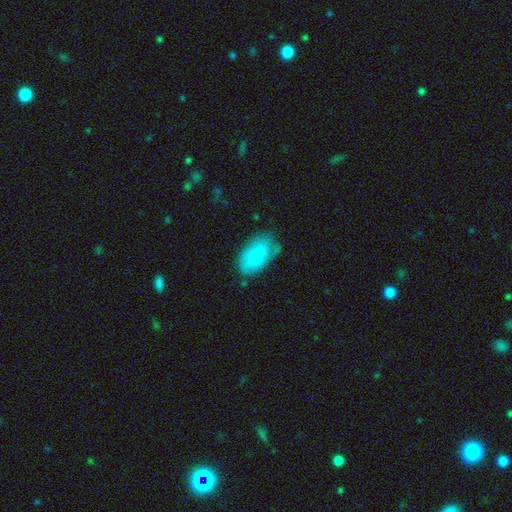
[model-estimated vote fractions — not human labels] Smooth or featured? smooth (77%)
How rounded? in between (94%)
Merging? none (58%)